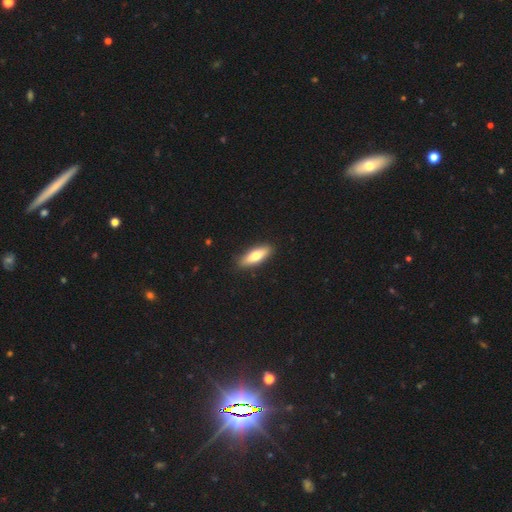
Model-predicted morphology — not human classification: Smooth or featured: smooth — 71% (featured or disk — 24%)
How rounded: in between — 54% (cigar-shaped — 44%)
Merging: none — 89% (minor disturbance — 8%)